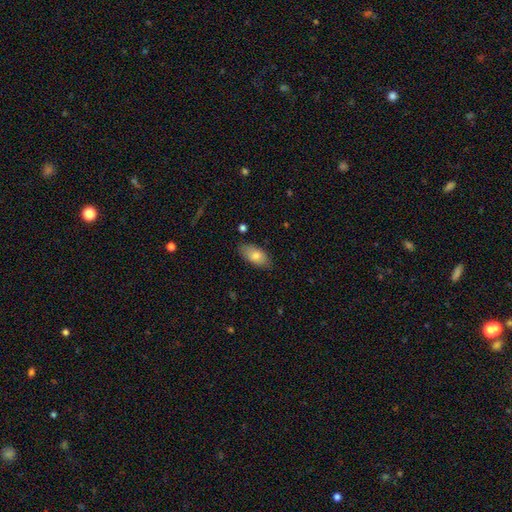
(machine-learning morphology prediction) This is likely a smooth galaxy (78%). How rounded: clearly in between (92%). Merging: clearly none (80%).